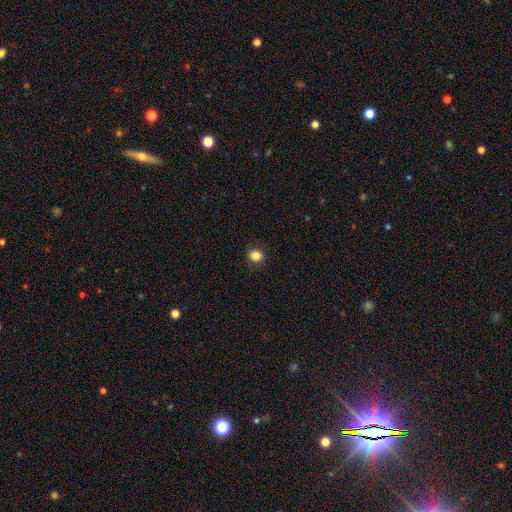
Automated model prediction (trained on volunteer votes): smooth_or_featured: smooth (p=0.85) [alt: star or artifact p=0.11]
how_rounded: round (p=0.77) [alt: in between p=0.22]
merging: none (p=0.91) [alt: minor disturbance p=0.07]